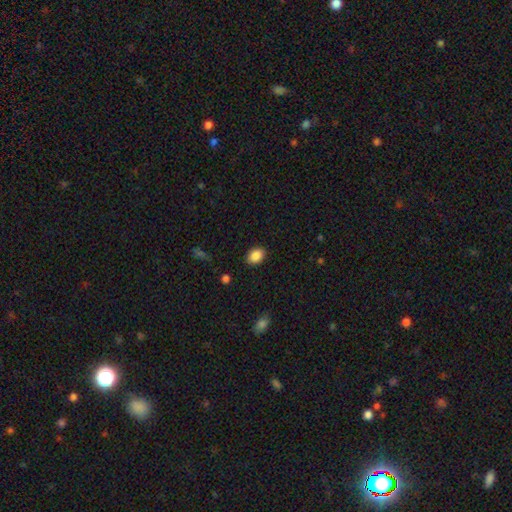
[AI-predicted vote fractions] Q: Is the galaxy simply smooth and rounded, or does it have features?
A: smooth — 88%.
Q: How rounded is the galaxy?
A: in between — 75%.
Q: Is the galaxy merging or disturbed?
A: none — 88%.